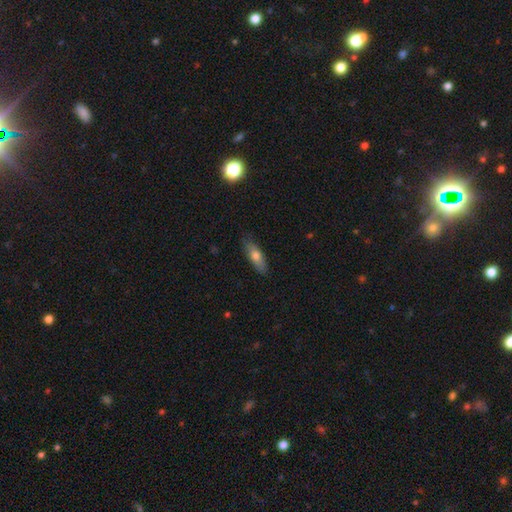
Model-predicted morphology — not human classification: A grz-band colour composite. It shows a smooth galaxy with no disk features (69%) that is in between round and cigar-shaped (53%). Merging: none (81%).